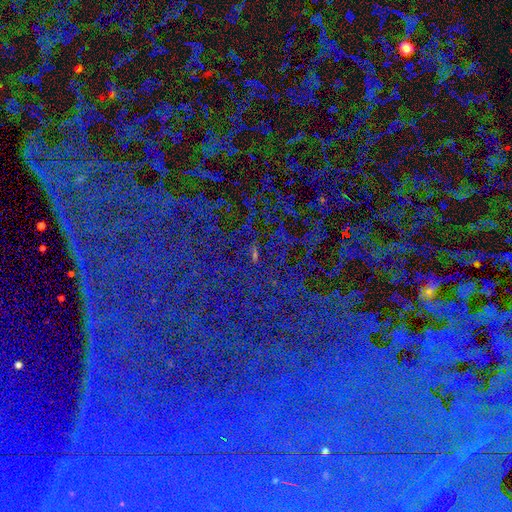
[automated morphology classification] This appears to be a star or artifact, not a galaxy (87%).